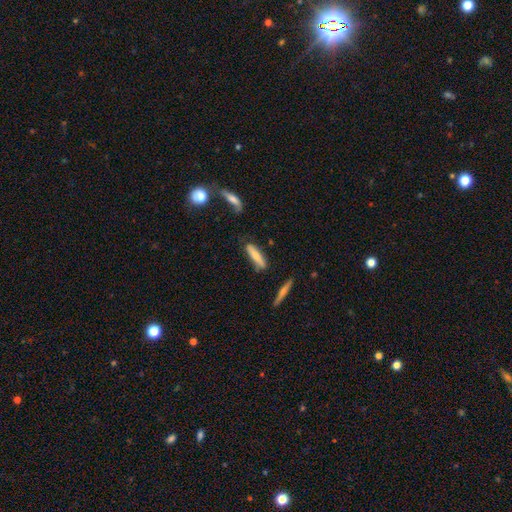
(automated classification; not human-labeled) This is likely a smooth galaxy (66%). How rounded: likely cigar-shaped (79%). Merging: likely none (71%).